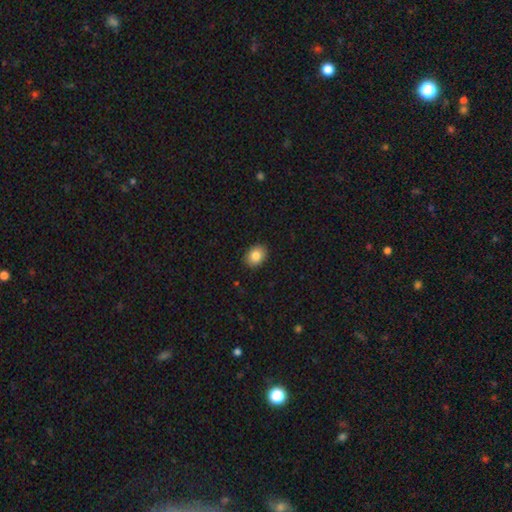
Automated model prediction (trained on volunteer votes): The model was most divided on "how rounded": in between: 61%, round: 38%, cigar-shaped: 1%. More confident: merging — none (90%); smooth or featured — smooth (85%).